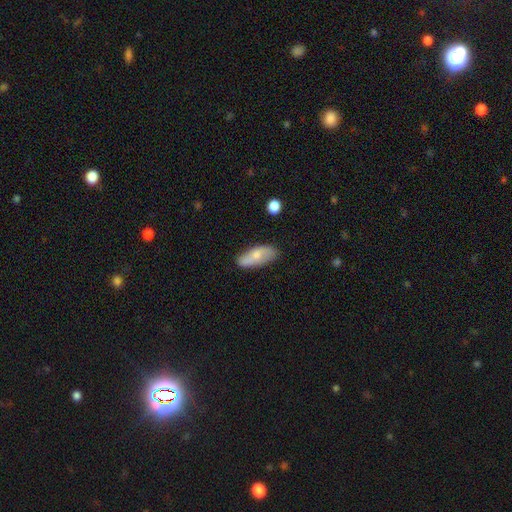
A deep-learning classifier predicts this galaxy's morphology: Smooth or featured: smooth — 61% (featured or disk — 33%)
How rounded: in between — 80% (cigar-shaped — 17%)
Merging: none — 70% (minor disturbance — 22%)